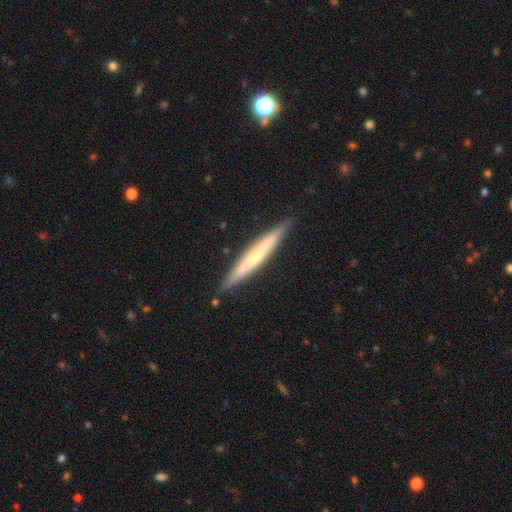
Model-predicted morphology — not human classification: Smooth or featured: featured or disk — 54% (smooth — 41%)
Edge-on disk: yes — 95% (no — 5%)
Edge-on bulge: none — 58% (rounded — 34%)
Merging: none — 89% (minor disturbance — 8%)